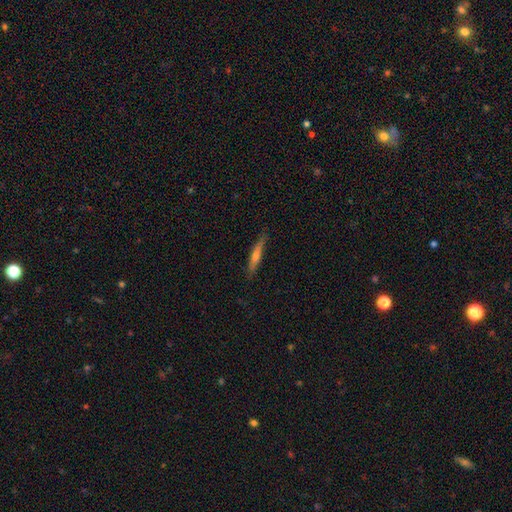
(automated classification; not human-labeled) A featured or disk galaxy (51%) viewed edge-on (94%).

Vote fractions:
- Smooth or featured? featured or disk: 51% / smooth: 43% / star or artifact: 6%
- Edge-on disk? yes: 94% / no: 6%
- Merging? none: 84% / minor disturbance: 12% / major disturbance: 2% / merger: 1%